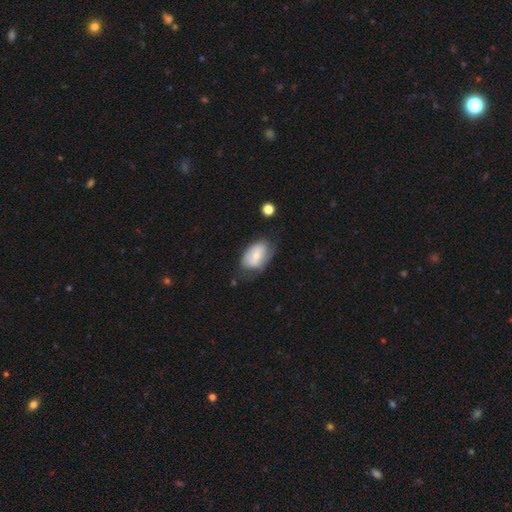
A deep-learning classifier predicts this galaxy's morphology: This is possibly a smooth galaxy (58%). How rounded: clearly in between (90%). Merging: possibly none (56%).